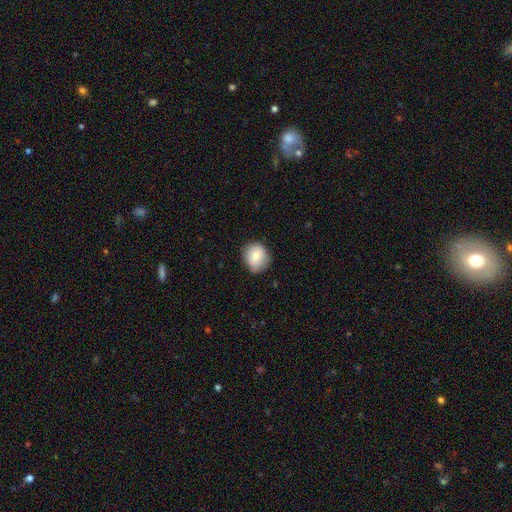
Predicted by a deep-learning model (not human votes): smooth-or-featured: smooth: 74% | featured or disk: 18% | star or artifact: 8%
  how-rounded: round: 80% | in between: 19% | cigar-shaped: 1%
  merging: none: 76% | minor disturbance: 19% | major disturbance: 4% | merger: 1%